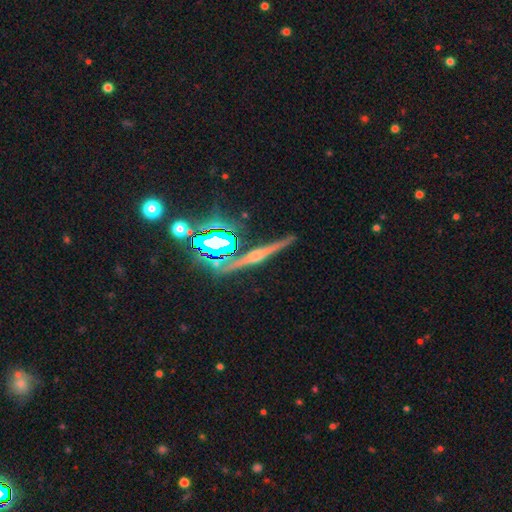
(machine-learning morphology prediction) smooth-or-featured: featured or disk: 62% | star or artifact: 23% | smooth: 15%
  disk-edge-on: yes: 96% | no: 4%
    edge-on-bulge: rounded: 80% | none: 11% | boxy: 9%
  merging: none: 87% | minor disturbance: 8% | merger: 3% | major disturbance: 2%